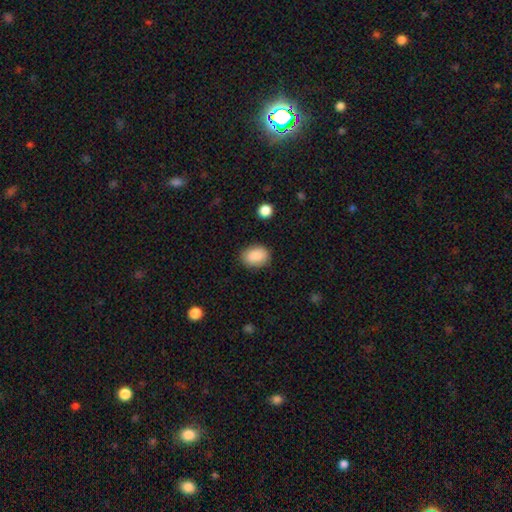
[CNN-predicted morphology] This is clearly a smooth galaxy (88%). How rounded: likely in between (73%). Merging: clearly none (85%).